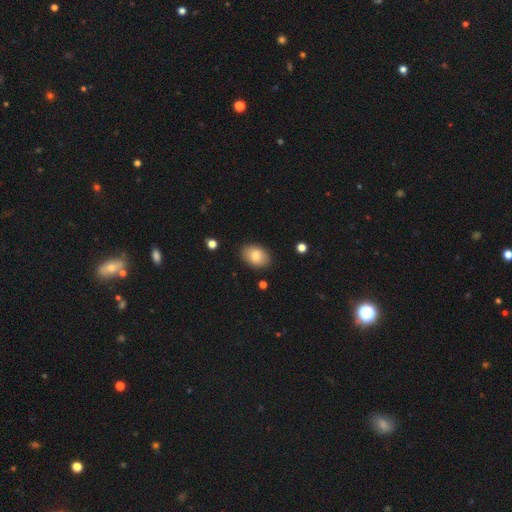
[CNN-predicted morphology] smooth-or-featured: smooth: 82% | featured or disk: 10% | star or artifact: 8%
  how-rounded: in between: 82% | round: 17% | cigar-shaped: 1%
  merging: none: 86% | minor disturbance: 10% | major disturbance: 2% | merger: 1%